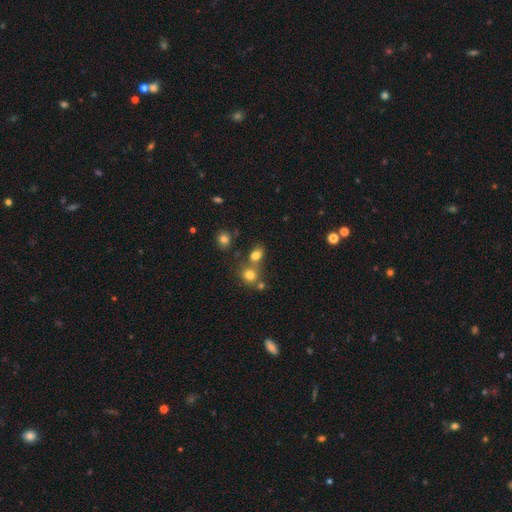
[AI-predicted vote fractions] smooth_or_featured: smooth (p=0.76) [alt: star or artifact p=0.15]
how_rounded: in between (p=0.59) [alt: round p=0.39]
merging: none (p=0.53) [alt: merger p=0.31]